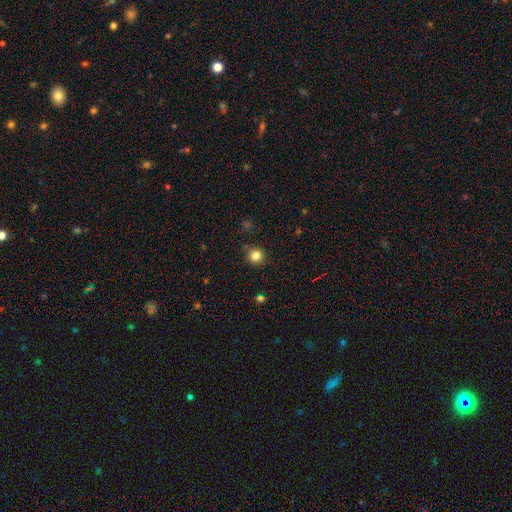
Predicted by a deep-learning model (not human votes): This is clearly a smooth galaxy (83%). How rounded: clearly round (93%). Merging: clearly none (88%).